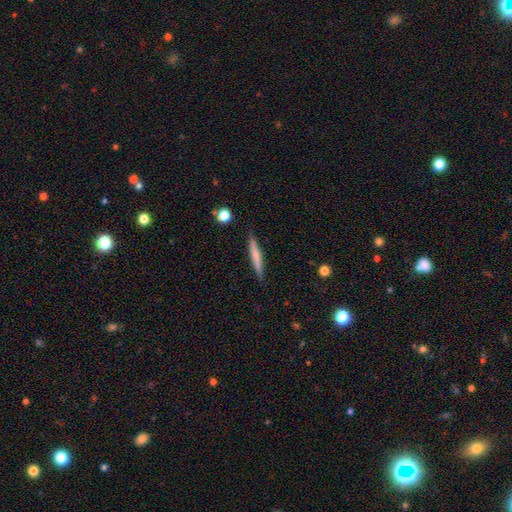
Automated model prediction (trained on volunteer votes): Smooth or featured: smooth — 58% (featured or disk — 36%)
How rounded: cigar-shaped — 95% (in between — 4%)
Merging: none — 88% (minor disturbance — 9%)